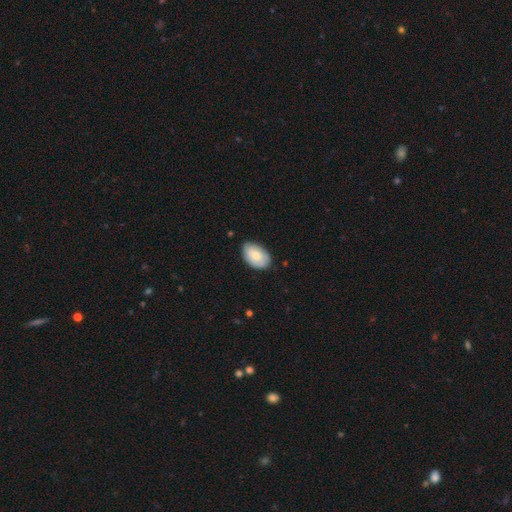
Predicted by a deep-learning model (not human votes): The model was most divided on "smooth or featured": smooth: 73%, featured or disk: 21%, star or artifact: 6%. More confident: how rounded — in between (91%); merging — none (76%).